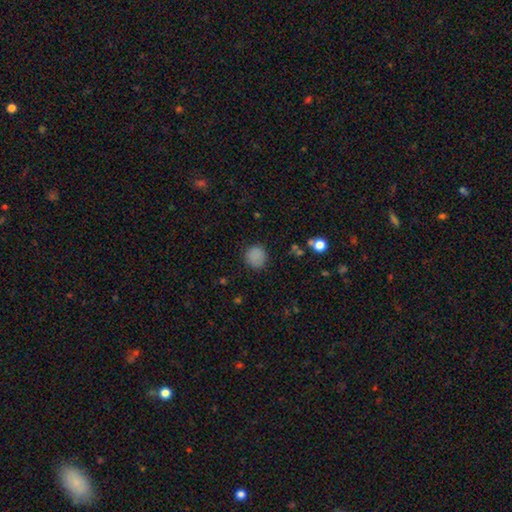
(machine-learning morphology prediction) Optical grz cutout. It shows a smooth galaxy with no disk features (84%) that is round (91%). Merging: none (86%).